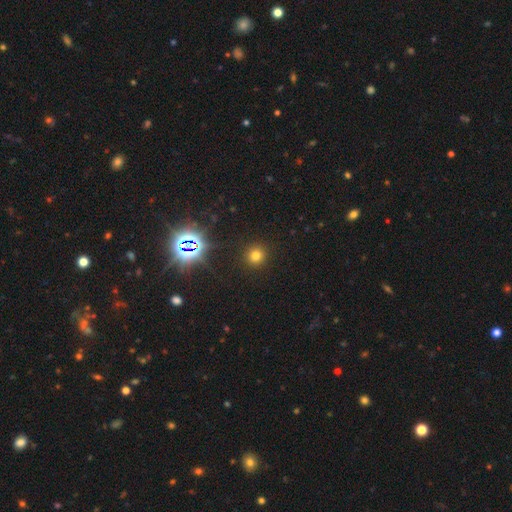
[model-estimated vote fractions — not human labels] This appears to be a smooth galaxy with no disk features (71%) that is round (92%). Merging: none (91%).